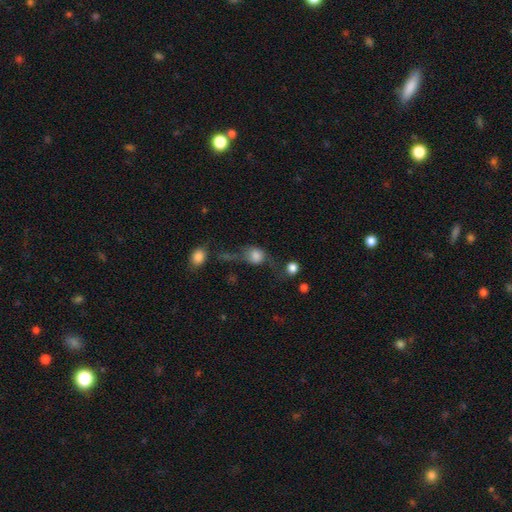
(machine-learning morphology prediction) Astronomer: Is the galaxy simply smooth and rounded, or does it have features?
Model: smooth — 69%.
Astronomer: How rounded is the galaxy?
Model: round — 61% (runner-up: in between, 37%).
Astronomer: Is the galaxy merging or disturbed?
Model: major disturbance — 33% (runner-up: none, 30%).